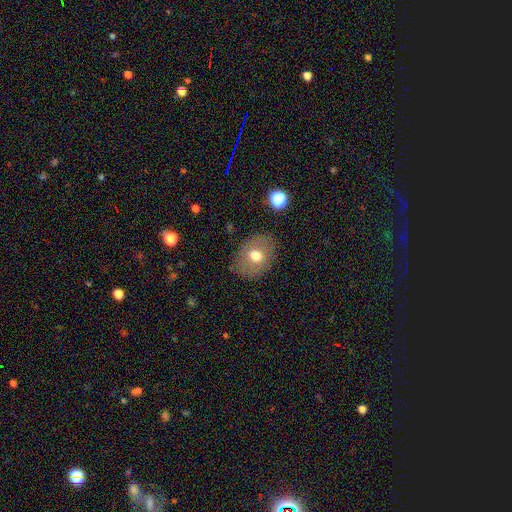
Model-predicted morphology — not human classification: Smooth or featured: smooth — 68% (featured or disk — 22%)
How rounded: in between — 56% (round — 43%)
Merging: none — 81% (minor disturbance — 13%)